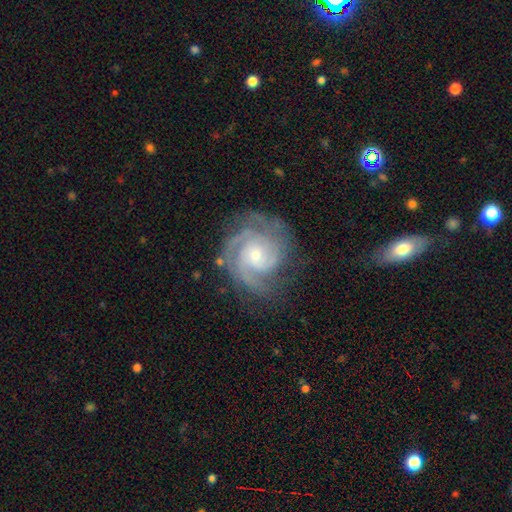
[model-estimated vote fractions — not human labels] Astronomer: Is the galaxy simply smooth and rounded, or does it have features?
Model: featured or disk — 90%.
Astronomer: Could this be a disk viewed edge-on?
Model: no — 98%.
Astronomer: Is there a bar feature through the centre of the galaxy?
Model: no — 69%.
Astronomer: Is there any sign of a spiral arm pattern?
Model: yes — 98%.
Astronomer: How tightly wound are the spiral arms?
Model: tight — 65%.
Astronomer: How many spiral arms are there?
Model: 3 — 43% (runner-up: 2, 22%).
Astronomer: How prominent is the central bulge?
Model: small — 59% (runner-up: moderate, 36%).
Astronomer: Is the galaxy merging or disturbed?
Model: none — 74%.